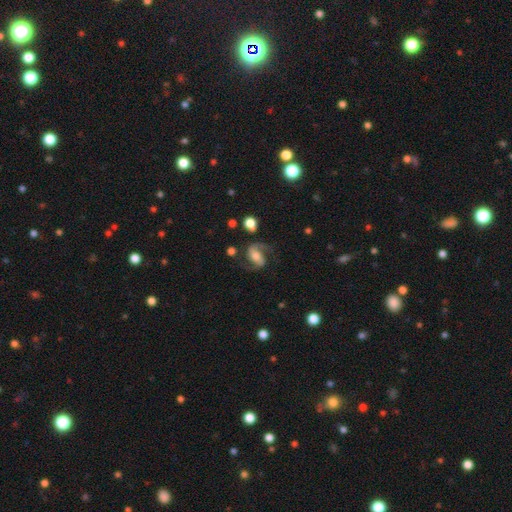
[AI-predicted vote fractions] smooth-or-featured: featured or disk: 82% | smooth: 11% | star or artifact: 7%
  disk-edge-on: no: 97% | yes: 3%
    bar: strong: 39% | weak: 37% | no: 24%
    has-spiral-arms: yes: 96% | no: 4%
      spiral-winding: medium: 51% | loose: 37% | tight: 12%
      spiral-arm-count: 2: 91% | 1: 3% | can't tell: 2% | 3: 1% | 4: 1% | more than 4: 1%
    bulge-size: moderate: 51% | small: 27% | large: 15% | none: 6% | dominant: 2%
  merging: none: 71% | minor disturbance: 15% | major disturbance: 12% | merger: 3%